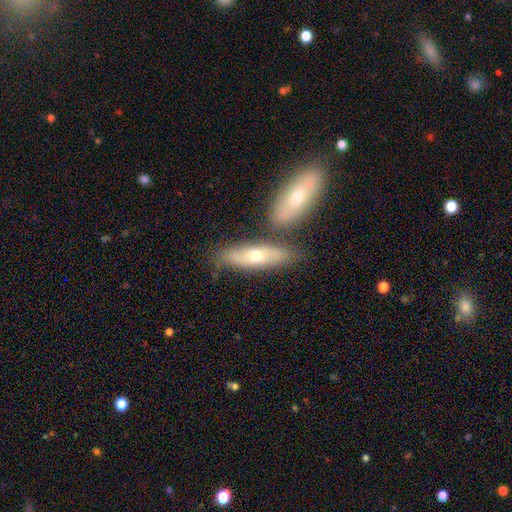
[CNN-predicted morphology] Q: Smooth or featured?
A: smooth (57%); runner-up: featured or disk (37%)
Q: How rounded?
A: in between (50%); runner-up: cigar-shaped (47%)
Q: Merging?
A: none (59%); runner-up: merger (25%)